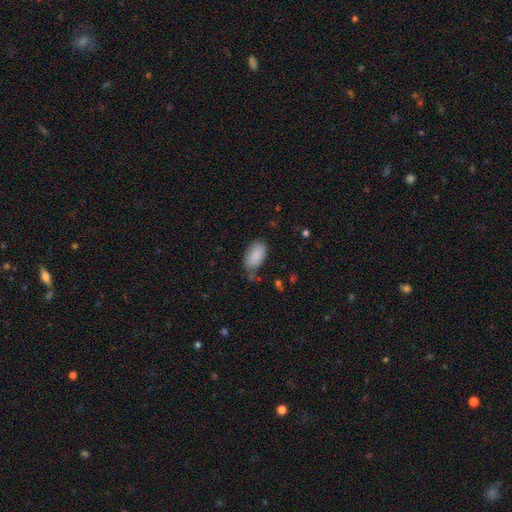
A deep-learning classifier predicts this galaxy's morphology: Smooth or featured? smooth (87%)
How rounded? in between (94%)
Merging? none (68%)